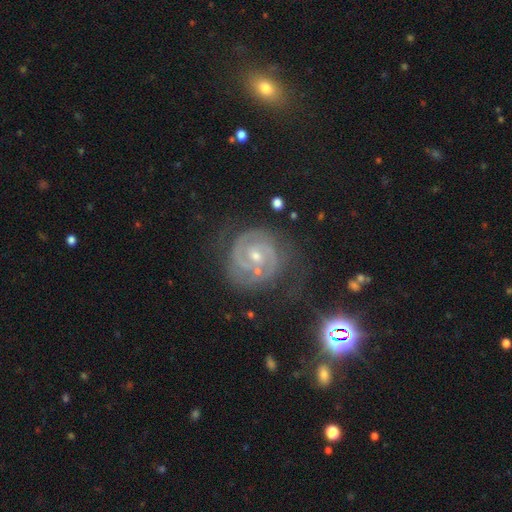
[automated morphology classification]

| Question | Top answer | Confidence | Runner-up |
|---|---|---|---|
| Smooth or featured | featured or disk | 89% | star or artifact (6%) |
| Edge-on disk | no | 98% | yes (2%) |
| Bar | weak | 43% | tied: no (43%) |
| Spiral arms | yes | 97% | no (3%) |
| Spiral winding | tight | 69% | medium (27%) |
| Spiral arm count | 2 | 80% | 3 (7%) |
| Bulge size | small | 54% | moderate (42%) |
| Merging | none | 73% | minor disturbance (17%) |